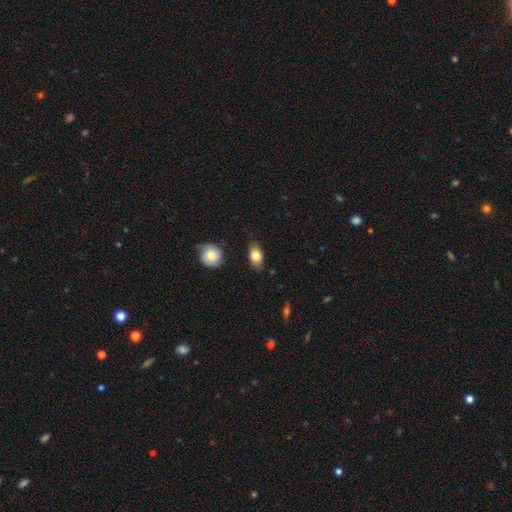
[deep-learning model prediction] Morphology: type=smooth (82%); roundness=in between (85%); merging=none (80%).